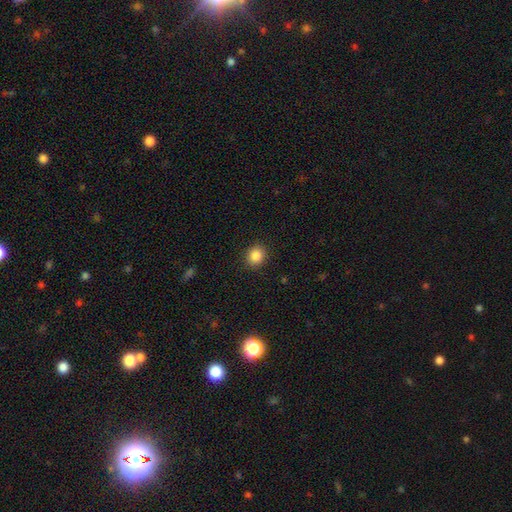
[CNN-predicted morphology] The model was most divided on "how rounded": round: 72%, in between: 27%, cigar-shaped: 1%. More confident: merging — none (91%); smooth or featured — smooth (86%).